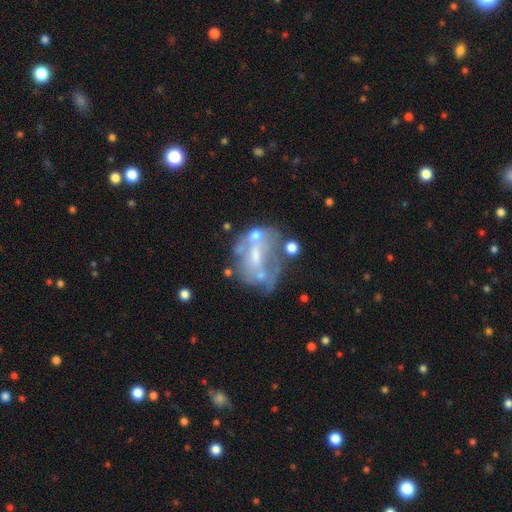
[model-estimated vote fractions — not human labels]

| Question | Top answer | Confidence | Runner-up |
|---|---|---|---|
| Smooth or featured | featured or disk | 65% | smooth (22%) |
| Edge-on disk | no | 97% | yes (3%) |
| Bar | no | 66% | weak (24%) |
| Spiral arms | no | 82% | yes (18%) |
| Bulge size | small | 37% | moderate (31%) |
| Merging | none | 38% | major disturbance (24%) |